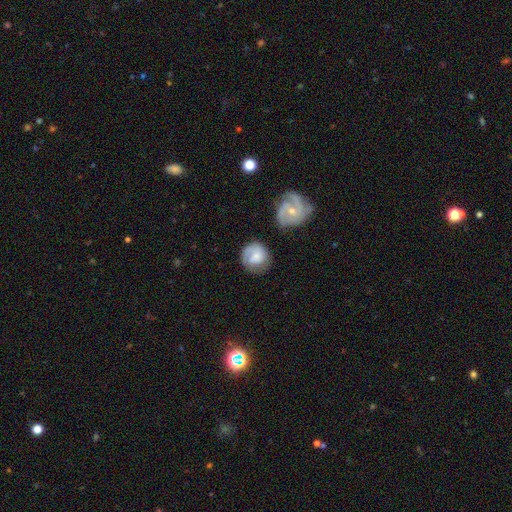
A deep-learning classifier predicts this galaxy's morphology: Smooth or featured? featured or disk (49%)
Merging? none (63%)